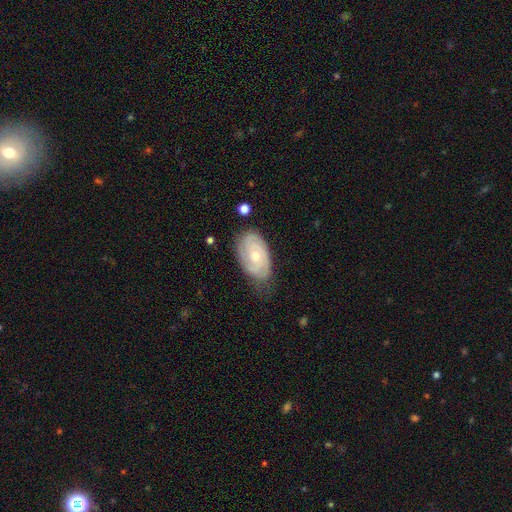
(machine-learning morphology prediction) Smooth or featured? featured or disk (74%)
Edge-on disk? no (96%)
Bar? no (74%)
Spiral arms? yes (92%)
Spiral winding? tight (66%)
Spiral arm count? 2 (35%)
Bulge size? small (55%)
Merging? none (66%)